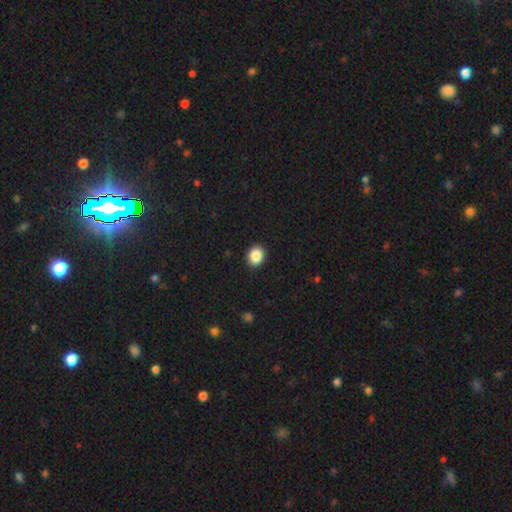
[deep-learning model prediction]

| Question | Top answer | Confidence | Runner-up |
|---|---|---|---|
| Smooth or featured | smooth | 88% | star or artifact (9%) |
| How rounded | round | 63% | in between (36%) |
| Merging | none | 91% | minor disturbance (6%) |